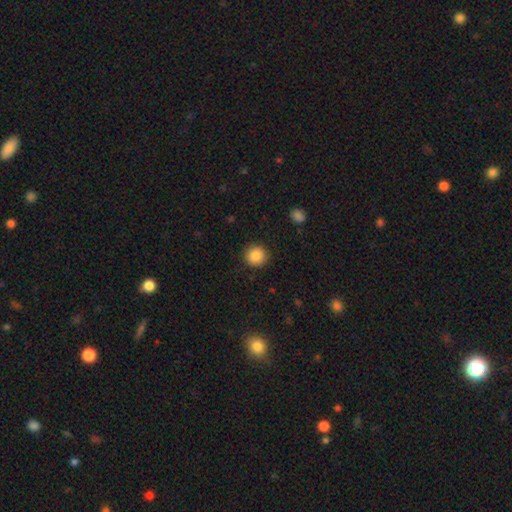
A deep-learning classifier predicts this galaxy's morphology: smooth 88%, star or artifact 9%, featured or disk 3%. Down the decision tree: how rounded — round (94%); merging — none (90%).